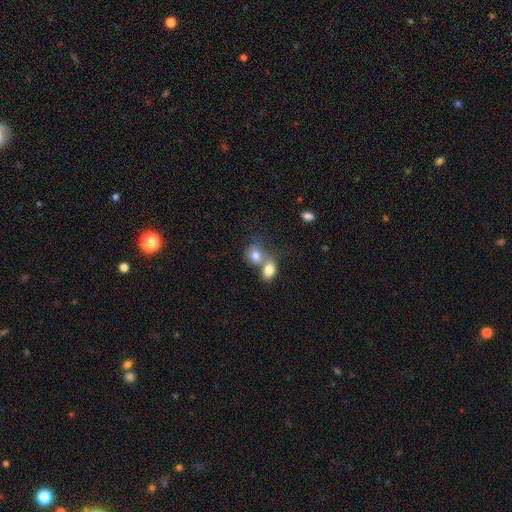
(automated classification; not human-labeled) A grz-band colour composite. It shows a smooth galaxy with no disk features (78%) that is round (55%). Merging: merger (67%).